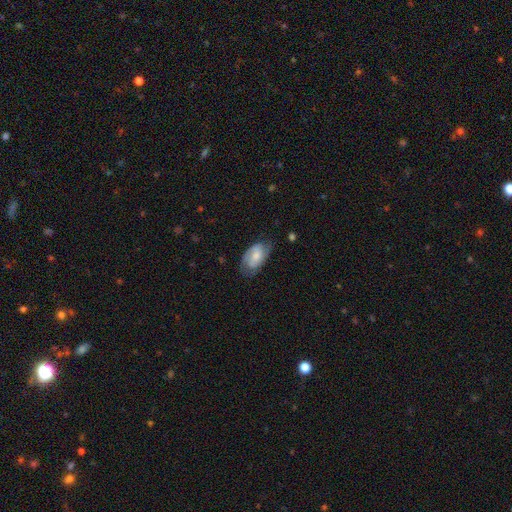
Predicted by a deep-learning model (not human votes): This appears to be a featured or disk galaxy (50%). Merging: none (62%).